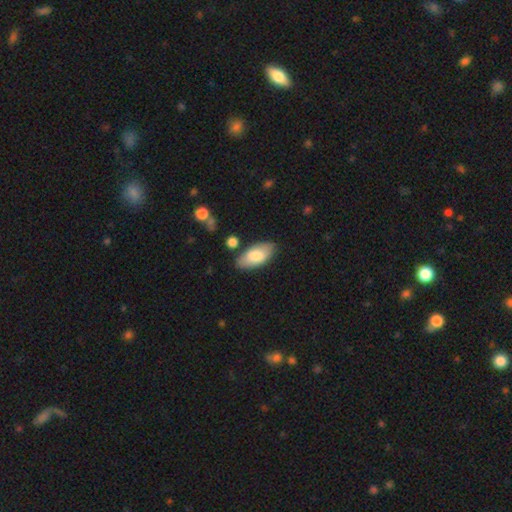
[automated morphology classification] Overall: smooth (78%). How rounded: in between (92%). Merging: none (81%).